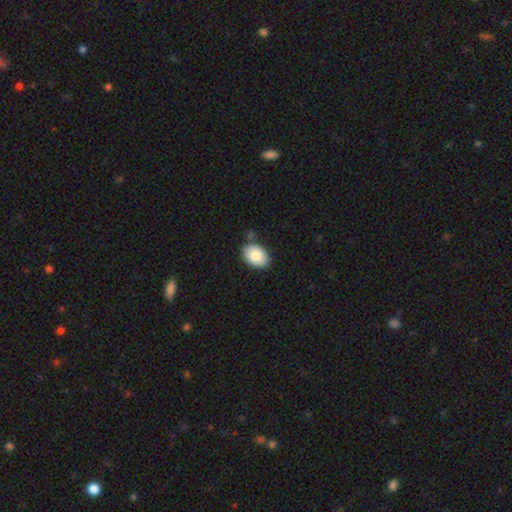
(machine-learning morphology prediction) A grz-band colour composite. It shows a smooth galaxy with no disk features (84%) that is in between round and cigar-shaped (83%). Merging: none (76%).